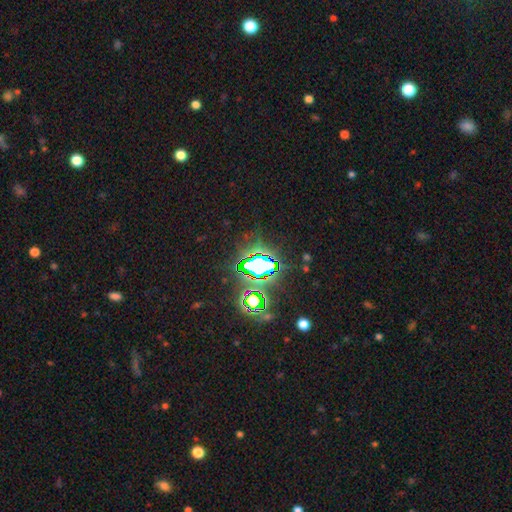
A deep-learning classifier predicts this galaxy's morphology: A star or artifact, not a galaxy (82%).